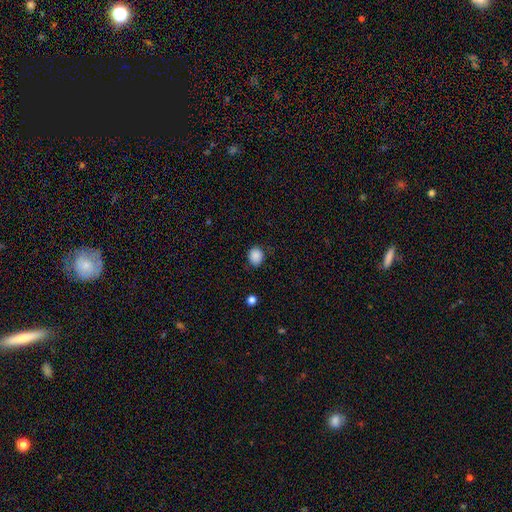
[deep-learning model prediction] Smooth or featured: smooth — 88% (star or artifact — 9%)
How rounded: round — 68% (in between — 31%)
Merging: none — 84% (minor disturbance — 12%)